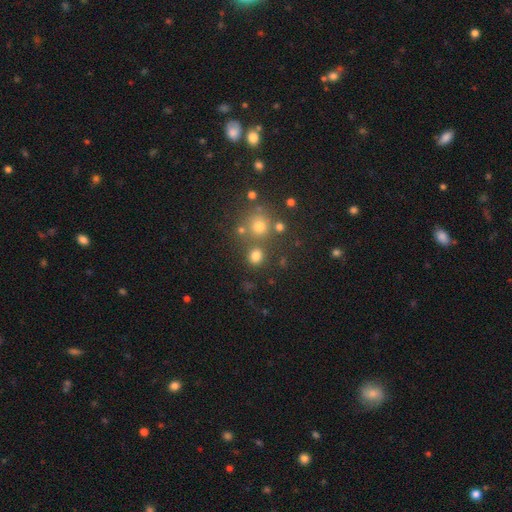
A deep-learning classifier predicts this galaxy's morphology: A smooth galaxy with no disk features (75%) that is round (81%). Merging: none (74%).